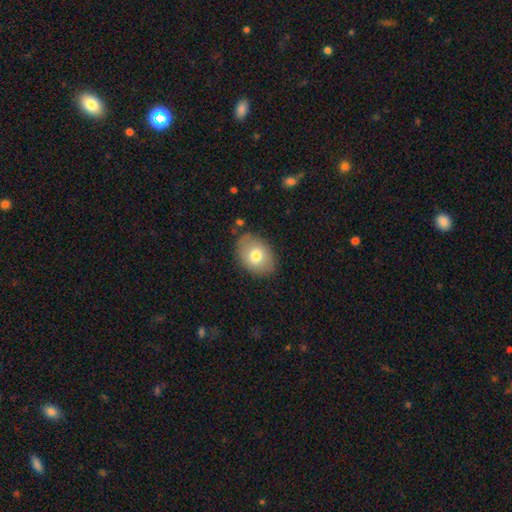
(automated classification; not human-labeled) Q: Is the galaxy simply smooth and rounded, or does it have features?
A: smooth — 75%.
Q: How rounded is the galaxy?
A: in between — 77%.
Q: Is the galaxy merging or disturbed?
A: none — 81%.